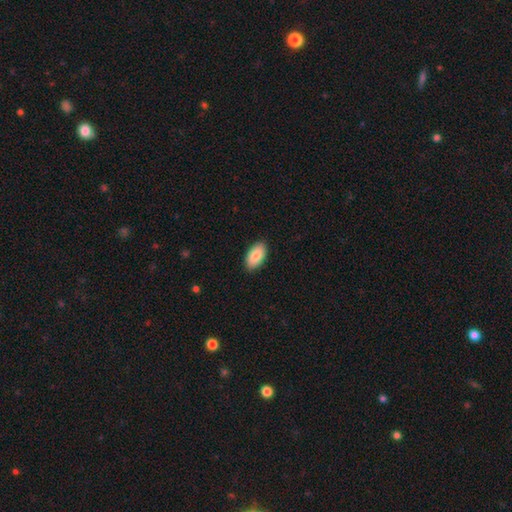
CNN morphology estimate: Q: Smooth or featured?
A: smooth (86%); runner-up: featured or disk (8%)
Q: How rounded?
A: in between (95%); runner-up: round (3%)
Q: Merging?
A: none (89%); runner-up: minor disturbance (8%)